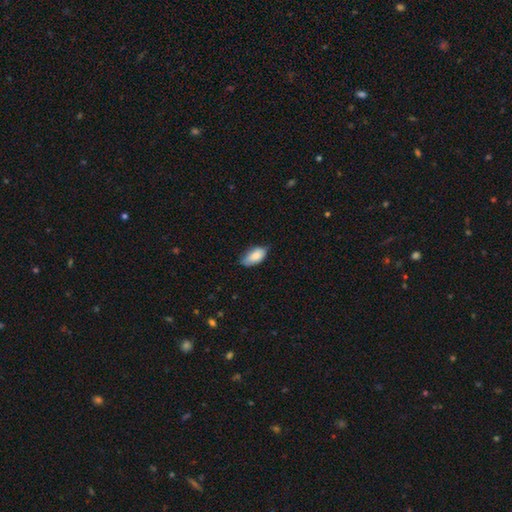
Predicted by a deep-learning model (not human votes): Smooth or featured: smooth — 82% (featured or disk — 12%)
How rounded: in between — 92% (cigar-shaped — 5%)
Merging: none — 65% (minor disturbance — 30%)